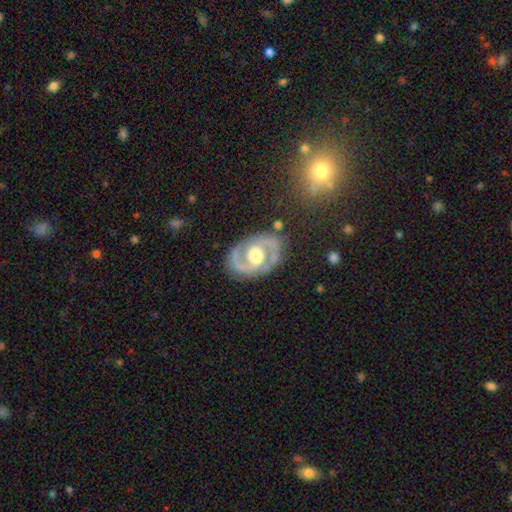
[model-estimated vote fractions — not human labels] Overall: featured or disk (87%). Edge-on disk: no (97%). Bar: no (60%; weak 29%). Spiral arms: yes (88%). Spiral arm count: 2 (91%). Spiral winding: medium (54%; tight 32%). Bulge size: moderate (61%; large 30%). Merging: none (82%).